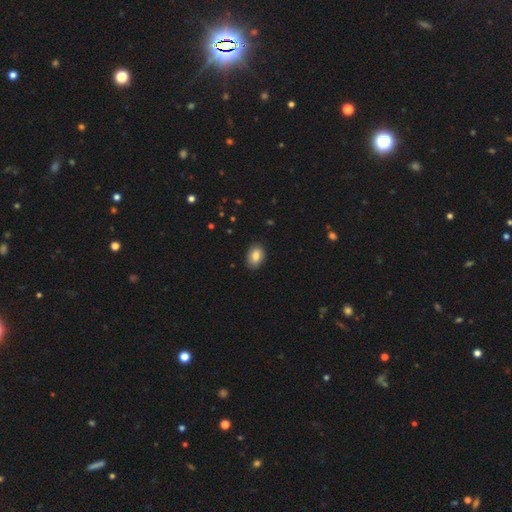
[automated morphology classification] Smooth or featured? smooth (84%)
How rounded? in between (84%)
Merging? none (85%)